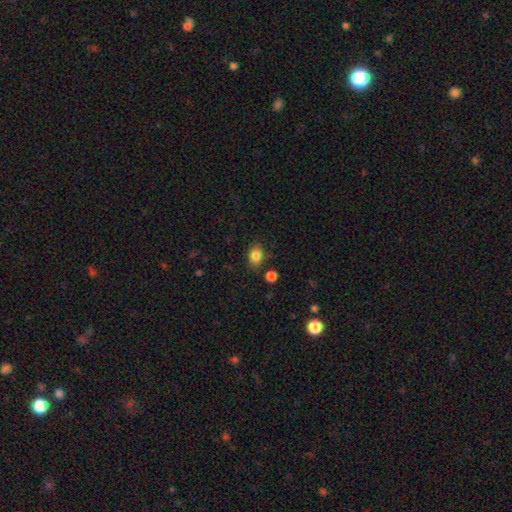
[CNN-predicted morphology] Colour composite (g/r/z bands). It shows a smooth galaxy with no disk features (85%) that is in between round and cigar-shaped (72%). Merging: none (80%).